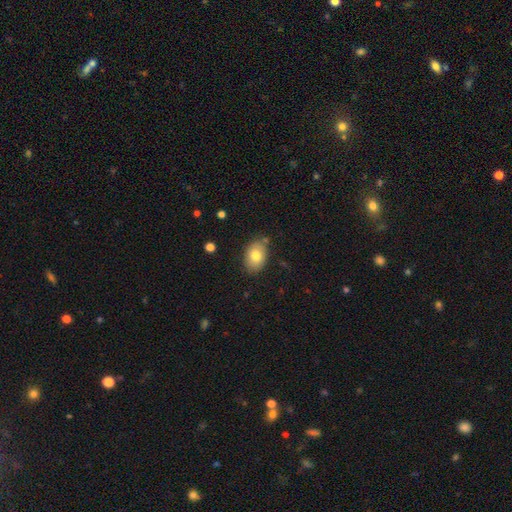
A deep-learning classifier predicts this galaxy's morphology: This appears to be a smooth galaxy with no disk features (78%) that is in between round and cigar-shaped (83%). Merging: none (78%).